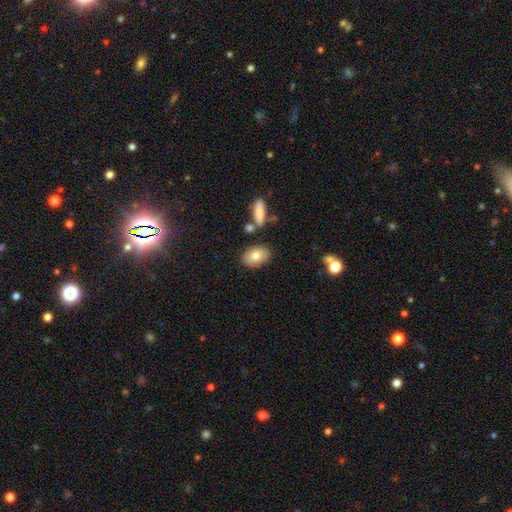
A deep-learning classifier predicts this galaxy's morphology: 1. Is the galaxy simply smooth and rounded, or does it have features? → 80% smooth, 13% featured or disk, 7% star or artifact.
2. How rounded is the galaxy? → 87% in between, 11% round, 2% cigar-shaped.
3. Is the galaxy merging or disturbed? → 79% none, 11% minor disturbance, 7% merger, 3% major disturbance.